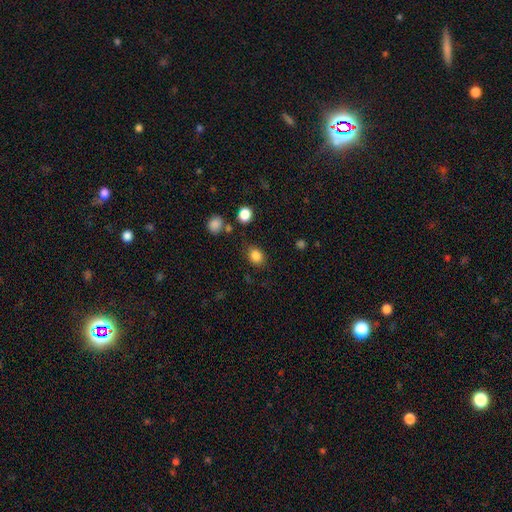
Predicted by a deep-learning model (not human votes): A smooth galaxy with no disk features (84%) that is in between round and cigar-shaped (50%).

Vote fractions:
- Smooth or featured? smooth: 84% / star or artifact: 11% / featured or disk: 5%
- How rounded? in between: 50% / round: 49% / cigar-shaped: 1%
- Merging? none: 79% / minor disturbance: 14% / major disturbance: 4% / merger: 3%